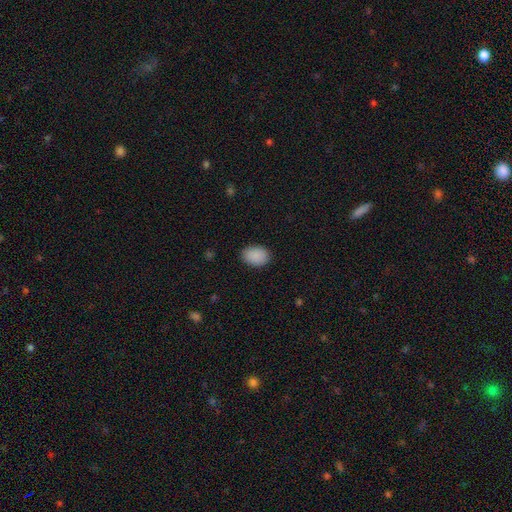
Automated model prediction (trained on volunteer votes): A smooth galaxy with no disk features (90%) that is in between round and cigar-shaped (80%). Merging: none (88%).